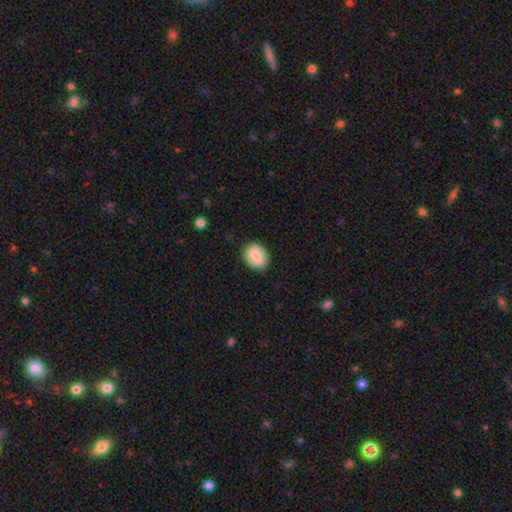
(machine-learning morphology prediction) Smooth or featured: smooth — 51% (featured or disk — 42%)
How rounded: in between — 53% (round — 46%)
Merging: none — 85% (minor disturbance — 11%)